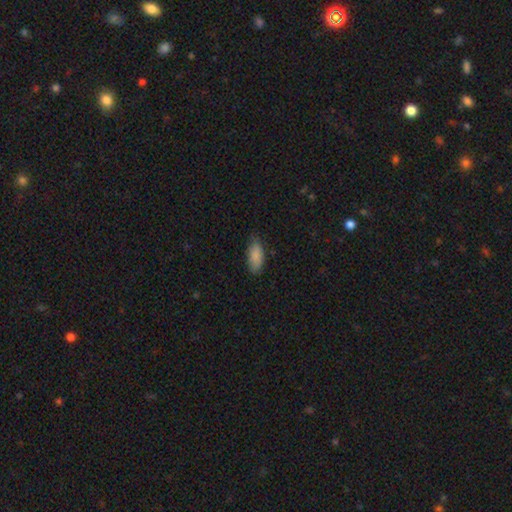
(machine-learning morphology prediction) Smooth or featured: smooth — 87% (featured or disk — 7%)
How rounded: in between — 87% (cigar-shaped — 11%)
Merging: none — 72% (minor disturbance — 23%)